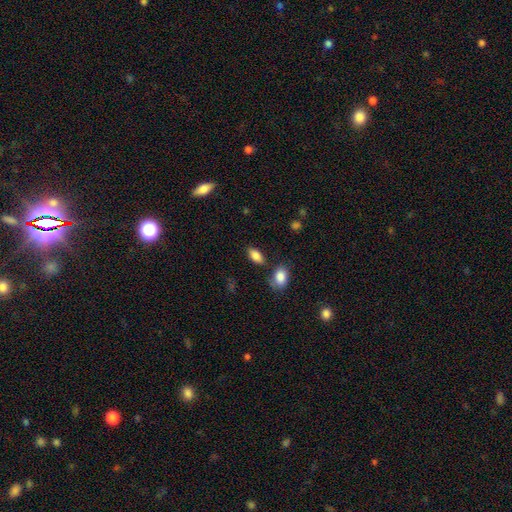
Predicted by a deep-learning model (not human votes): Smooth or featured? smooth (86%)
How rounded? in between (91%)
Merging? none (77%)